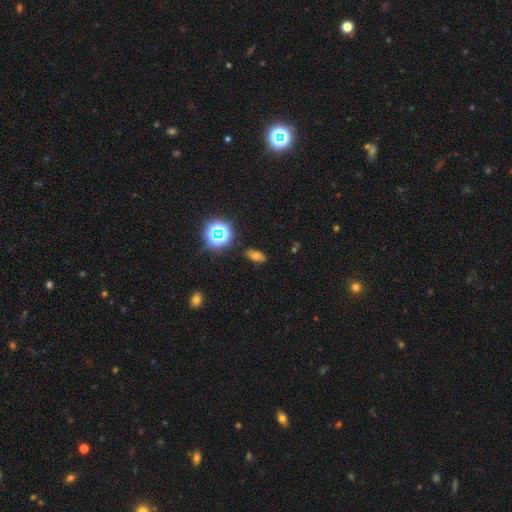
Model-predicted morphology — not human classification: This appears to be a smooth galaxy with no disk features (58%) that is in between round and cigar-shaped (84%). Merging: none (84%).